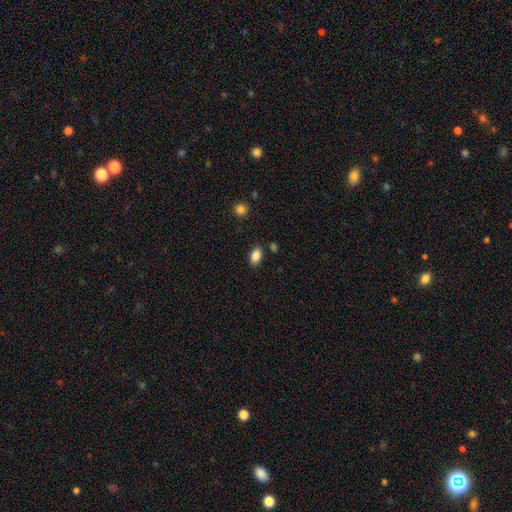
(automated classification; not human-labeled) A smooth galaxy with no disk features (86%) that is in between round and cigar-shaped (90%). Merging: none (84%).